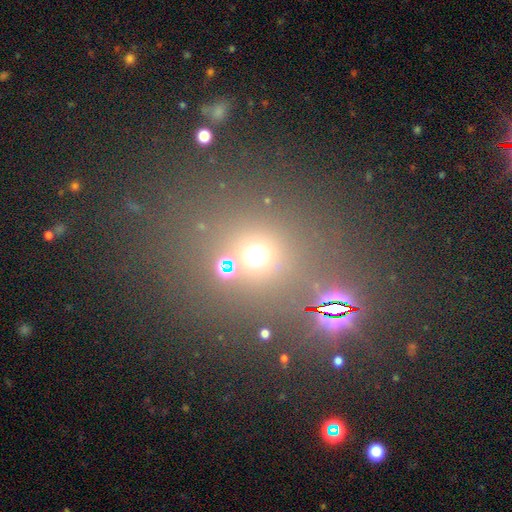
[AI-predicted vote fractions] Overall: smooth (50%; star or artifact 42%). Merging: none (75%).